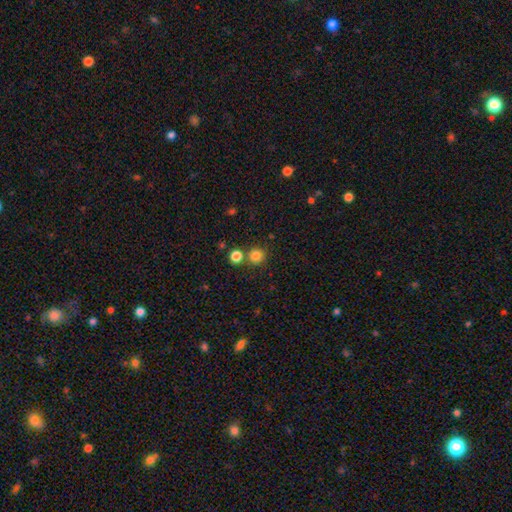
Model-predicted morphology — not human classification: Q: Smooth or featured?
A: smooth (82%); runner-up: star or artifact (13%)
Q: How rounded?
A: round (92%); runner-up: in between (7%)
Q: Merging?
A: none (74%); runner-up: merger (16%)